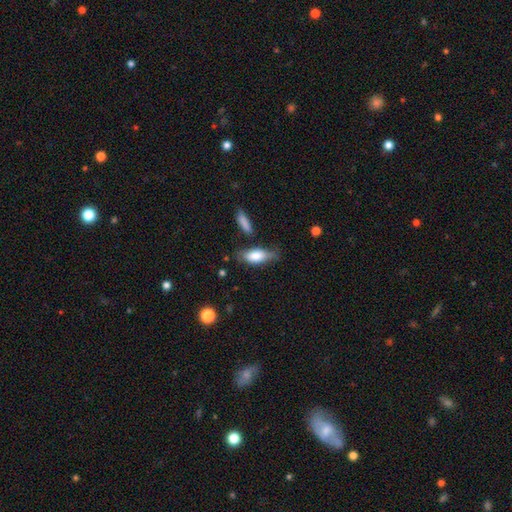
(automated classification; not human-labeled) A smooth galaxy with no disk features (74%) that is in between round and cigar-shaped (78%). Merging: none (60%).